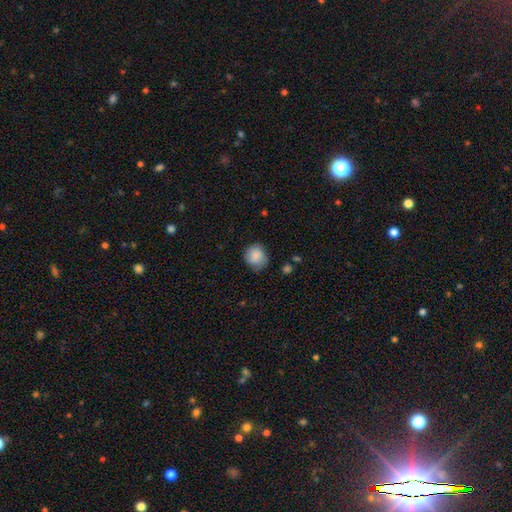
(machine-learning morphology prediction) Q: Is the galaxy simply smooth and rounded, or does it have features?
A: smooth — 87%.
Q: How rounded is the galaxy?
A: round — 82%.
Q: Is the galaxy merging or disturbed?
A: none — 73%.